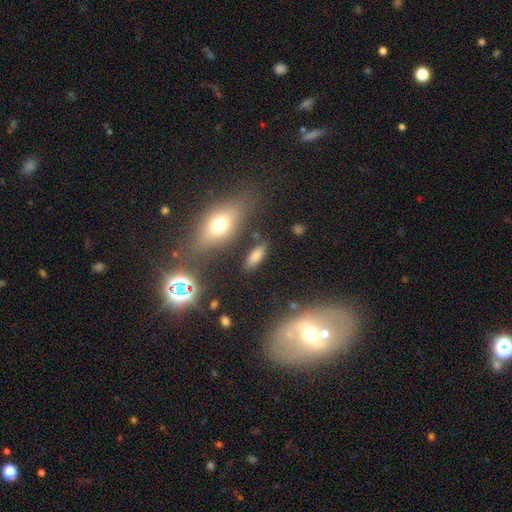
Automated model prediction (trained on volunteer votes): The model was most divided on "how rounded": in between: 71%, cigar-shaped: 24%, round: 5%. More confident: merging — none (81%); smooth or featured — smooth (77%).